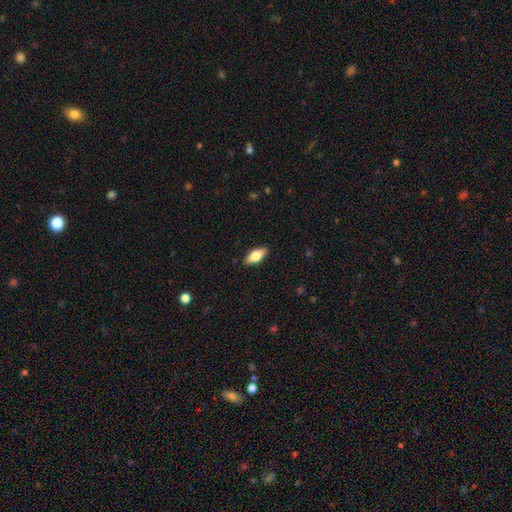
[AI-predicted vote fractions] smooth-or-featured: smooth: 73% | featured or disk: 21% | star or artifact: 6%
  how-rounded: in between: 82% | cigar-shaped: 15% | round: 3%
  merging: none: 88% | minor disturbance: 9% | major disturbance: 2% | merger: 1%